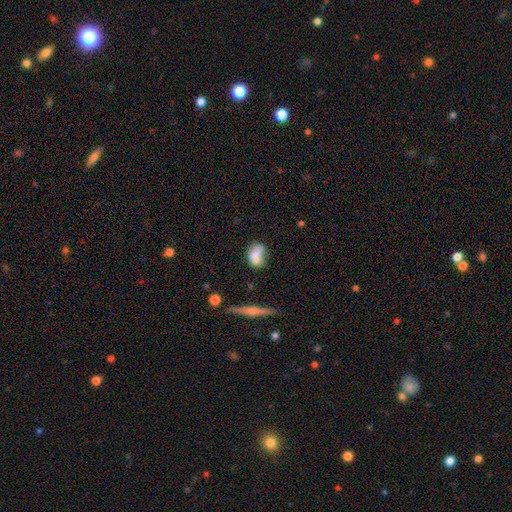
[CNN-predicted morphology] Smooth or featured? Predicted: smooth (p=0.70). How rounded? Predicted: in between (p=0.75). Merging? Predicted: none (p=0.36).